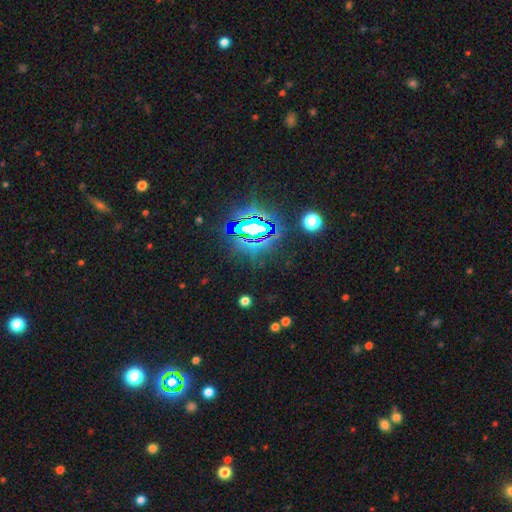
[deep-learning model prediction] The model was most divided on "smooth or featured": star or artifact: 82%, smooth: 10%, featured or disk: 8%.